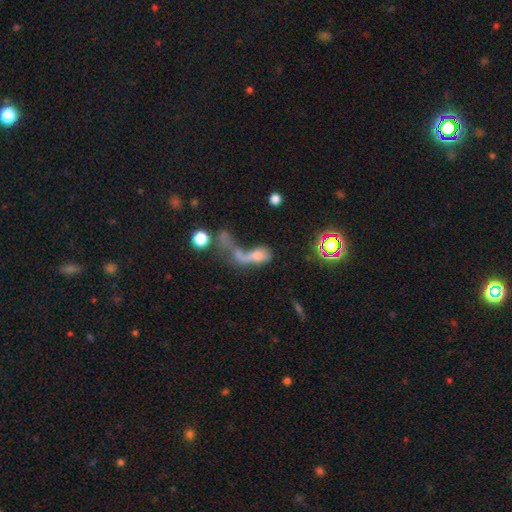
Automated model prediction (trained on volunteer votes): A smooth galaxy with no disk features (47%).

Vote fractions:
- Smooth or featured? smooth: 47% / featured or disk: 31% / star or artifact: 21%
- Merging? merger: 53% / major disturbance: 25% / none: 15% / minor disturbance: 8%